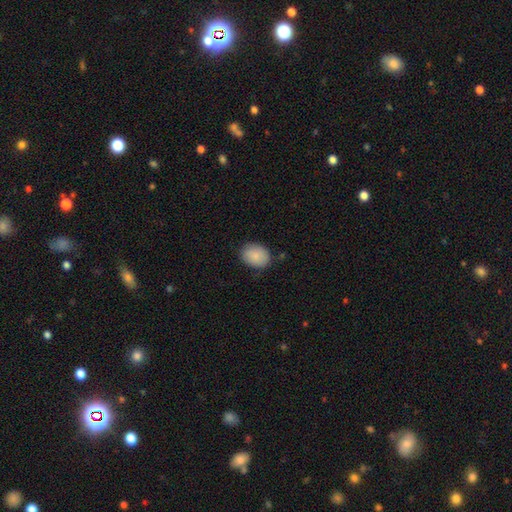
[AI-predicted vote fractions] Smooth or featured?
  - smooth: 88% *
  - star or artifact: 7%
  - featured or disk: 6%
How rounded?
  - in between: 65% *
  - round: 34%
  - cigar-shaped: 1%
Merging?
  - none: 81% *
  - minor disturbance: 14%
  - major disturbance: 3%
  - merger: 2%